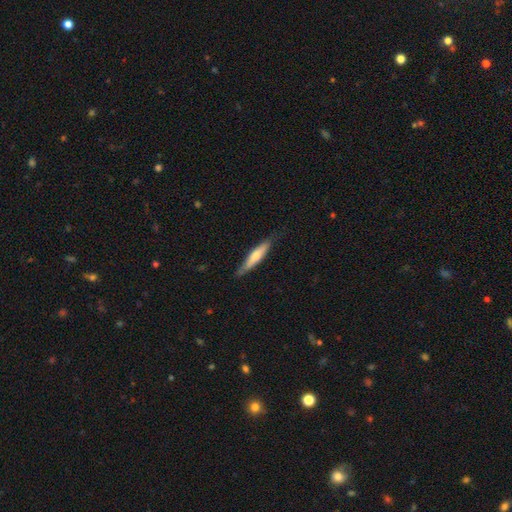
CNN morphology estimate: Smooth or featured? smooth (63%)
How rounded? cigar-shaped (85%)
Merging? none (74%)